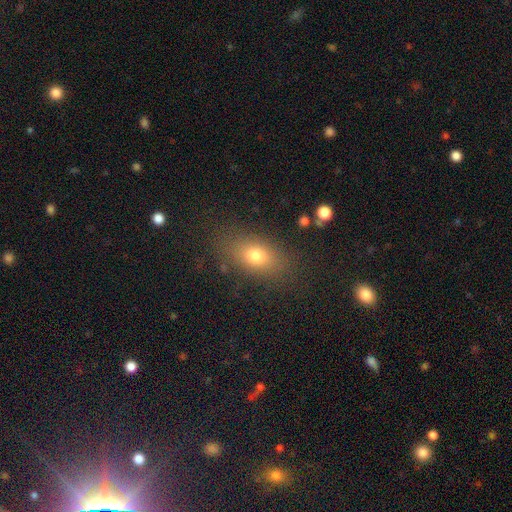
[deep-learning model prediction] Smooth or featured?
  - smooth: 74% *
  - featured or disk: 14%
  - star or artifact: 13%
How rounded?
  - in between: 79% *
  - round: 14%
  - cigar-shaped: 7%
Merging?
  - none: 83% *
  - minor disturbance: 11%
  - major disturbance: 5%
  - merger: 2%